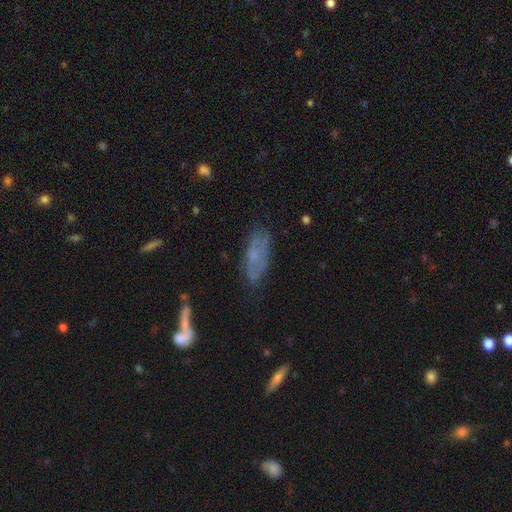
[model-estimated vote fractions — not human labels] A smooth galaxy with no disk features (48%).

Vote fractions:
- Smooth or featured? smooth: 48% / featured or disk: 42% / star or artifact: 11%
- Merging? none: 64% / minor disturbance: 23% / major disturbance: 9% / merger: 3%